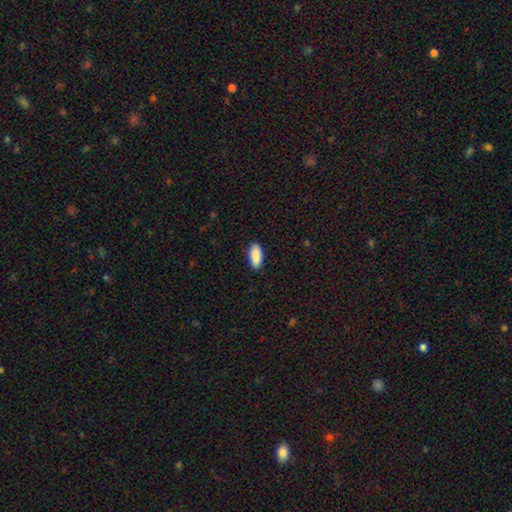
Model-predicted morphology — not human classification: smooth-or-featured: smooth: 90% | star or artifact: 6% | featured or disk: 4%
  how-rounded: in between: 85% | cigar-shaped: 13% | round: 2%
  merging: none: 89% | minor disturbance: 8% | major disturbance: 2% | merger: 1%